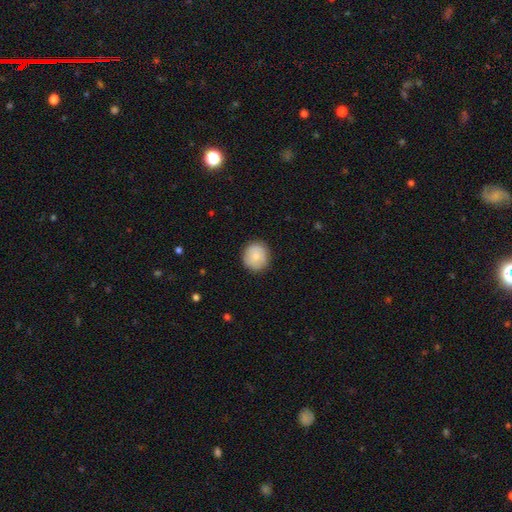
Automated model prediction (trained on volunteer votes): Smooth or featured?
  - smooth: 81% *
  - featured or disk: 12%
  - star or artifact: 7%
How rounded?
  - round: 88% *
  - in between: 11%
  - cigar-shaped: 1%
Merging?
  - none: 87% *
  - minor disturbance: 10%
  - major disturbance: 2%
  - merger: 1%